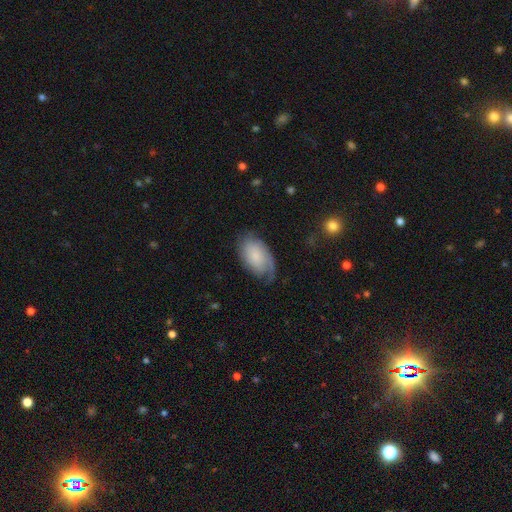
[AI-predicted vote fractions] smooth 50%, featured or disk 43%, star or artifact 7%. Down the decision tree: merging — none (55%).